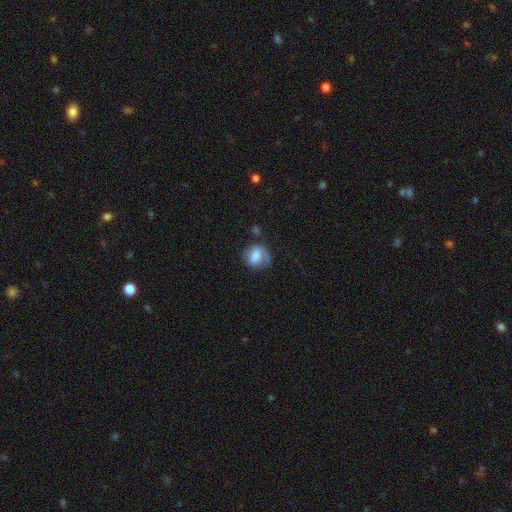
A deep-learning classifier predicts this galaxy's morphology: Overall: smooth (67%). How rounded: round (50%; in between 48%). Merging: none (54%; minor disturbance 27%).